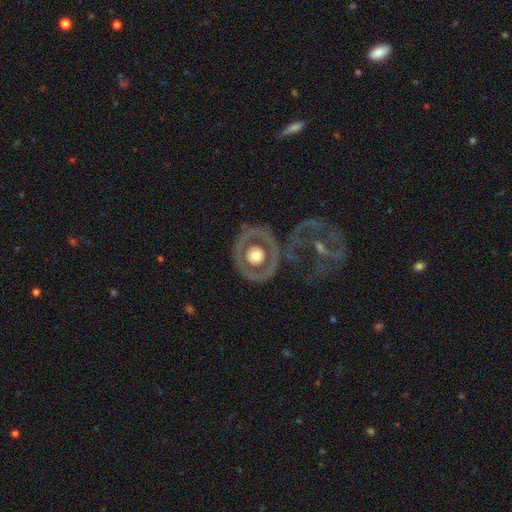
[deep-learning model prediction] Smooth or featured?
  - featured or disk: 58% *
  - smooth: 36%
  - star or artifact: 6%
Edge-on disk?
  - no: 94% *
  - yes: 6%
Bar?
  - no: 92% *
  - weak: 6%
  - strong: 3%
Spiral arms?
  - no: 87% *
  - yes: 13%
Bulge size?
  - moderate: 52% *
  - large: 36%
  - small: 6%
  - dominant: 4%
  - none: 2%
Merging?
  - none: 75% *
  - minor disturbance: 13%
  - major disturbance: 10%
  - merger: 3%